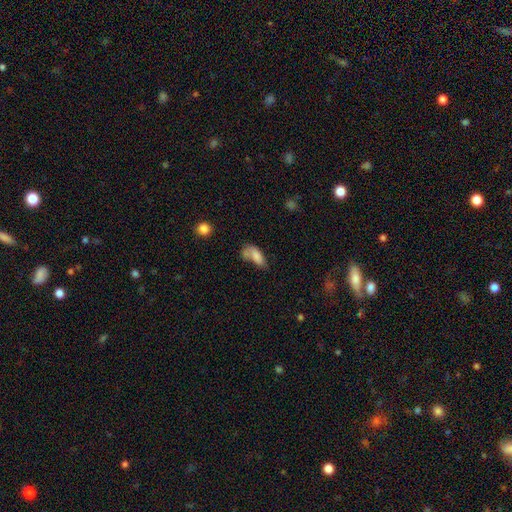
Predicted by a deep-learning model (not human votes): smooth_or_featured: smooth (p=0.75) [alt: featured or disk p=0.16]
how_rounded: in between (p=0.84) [alt: cigar-shaped p=0.12]
merging: none (p=0.30) [alt: merger p=0.27]